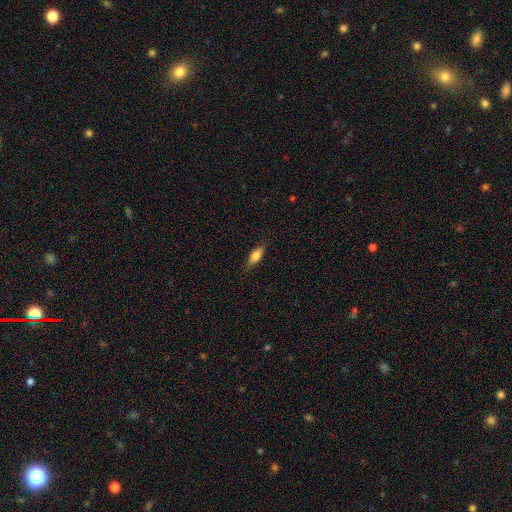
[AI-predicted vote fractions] Smooth or featured?
  - smooth: 77% *
  - featured or disk: 16%
  - star or artifact: 7%
How rounded?
  - in between: 68% *
  - cigar-shaped: 29%
  - round: 3%
Merging?
  - none: 83% *
  - minor disturbance: 14%
  - major disturbance: 3%
  - merger: 1%